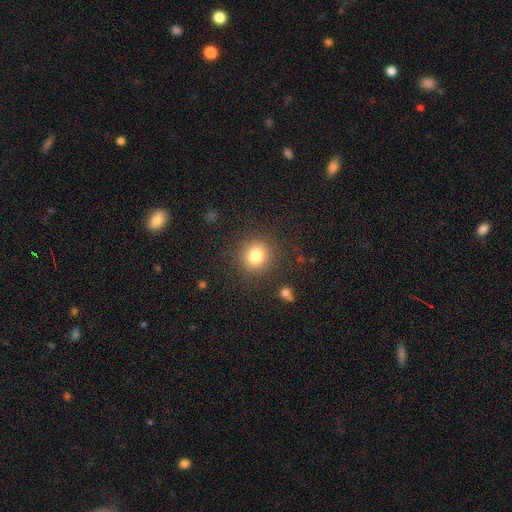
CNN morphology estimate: smooth 79%, star or artifact 13%, featured or disk 8%. Down the decision tree: how rounded — round (89%); merging — none (88%).